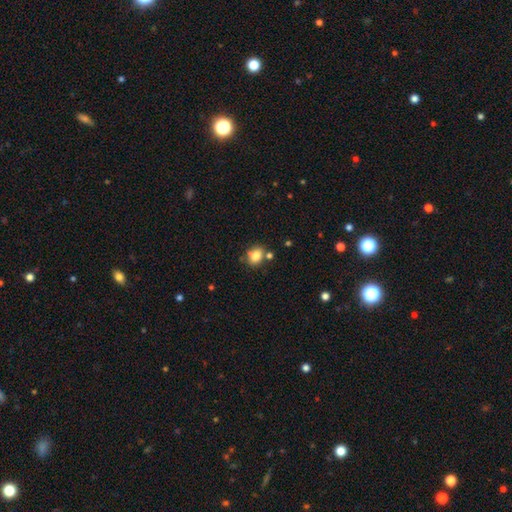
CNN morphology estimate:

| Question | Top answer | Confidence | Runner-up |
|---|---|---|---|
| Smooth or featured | smooth | 83% | star or artifact (10%) |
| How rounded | in between | 50% | round (48%) |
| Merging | none | 68% | minor disturbance (16%) |